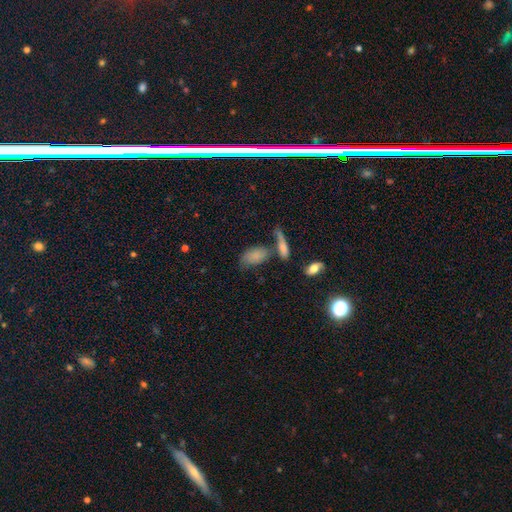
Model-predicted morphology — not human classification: This appears to be a smooth galaxy with no disk features (78%) that is in between round and cigar-shaped (90%). Merging: none (48%).